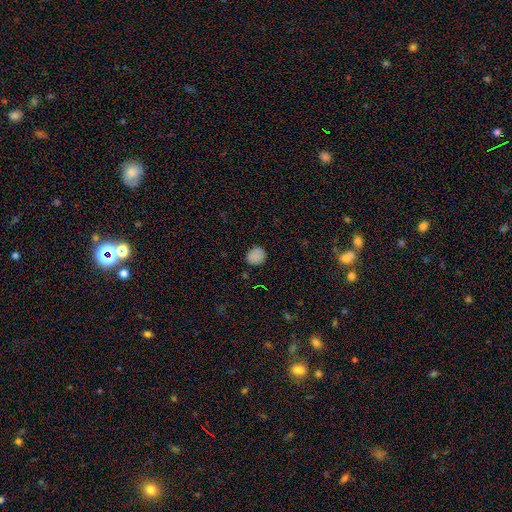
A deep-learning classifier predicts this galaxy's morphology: Smooth or featured? Predicted: smooth (p=0.85). How rounded? Predicted: round (p=0.85). Merging? Predicted: none (p=0.87).